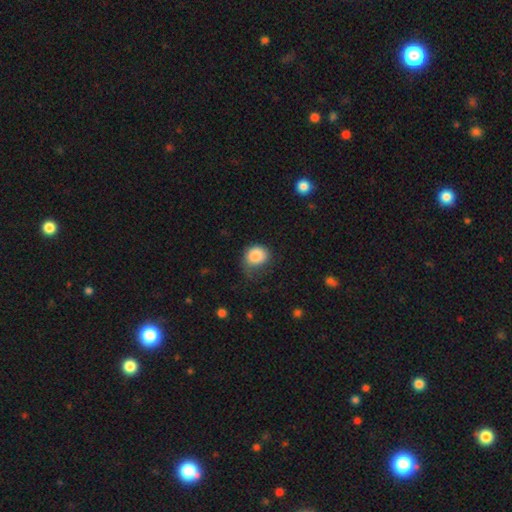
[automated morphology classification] Overall: smooth (86%). How rounded: round (69%; in between 30%). Merging: none (40%; minor disturbance 35%).